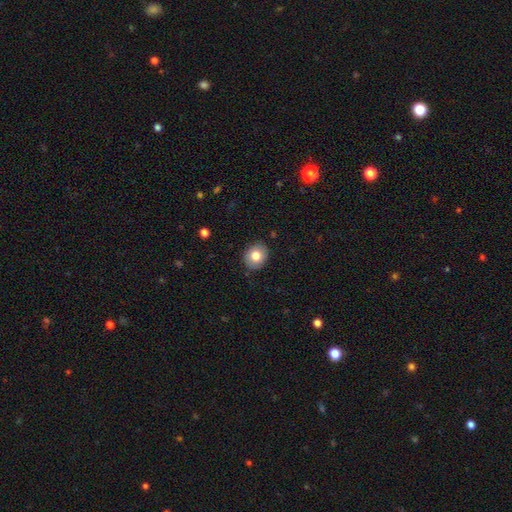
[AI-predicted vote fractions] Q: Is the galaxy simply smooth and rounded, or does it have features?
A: smooth — 79%.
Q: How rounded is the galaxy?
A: round — 71%.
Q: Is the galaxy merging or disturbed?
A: none — 88%.